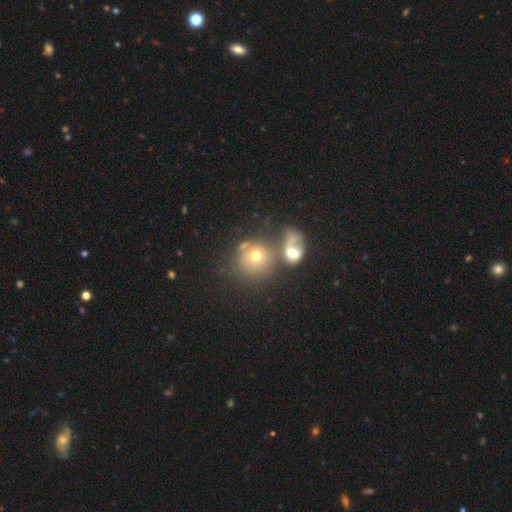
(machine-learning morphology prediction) Smooth or featured: smooth — 64% (featured or disk — 22%)
How rounded: round — 82% (in between — 17%)
Merging: merger — 47% (none — 35%)